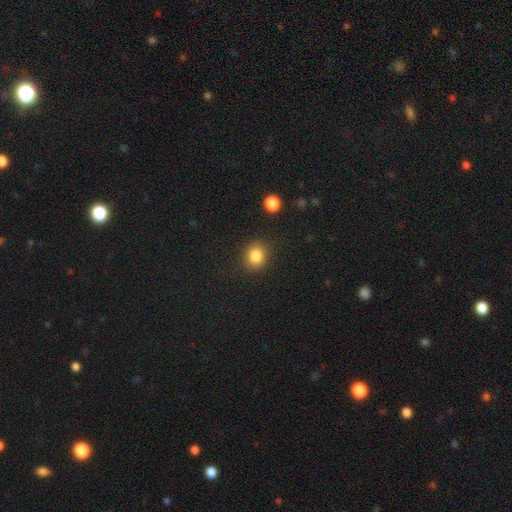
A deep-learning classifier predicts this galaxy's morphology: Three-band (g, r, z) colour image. It shows a smooth galaxy with no disk features (84%) that is round (73%). Merging: none (87%).